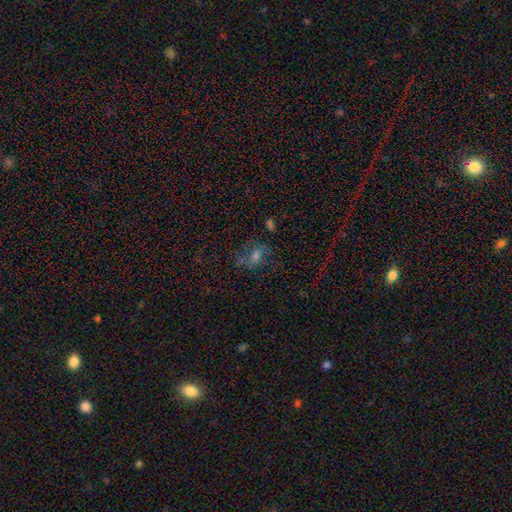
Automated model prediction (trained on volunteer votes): This appears to be a featured or disk galaxy (35%). Merging: none (53%).